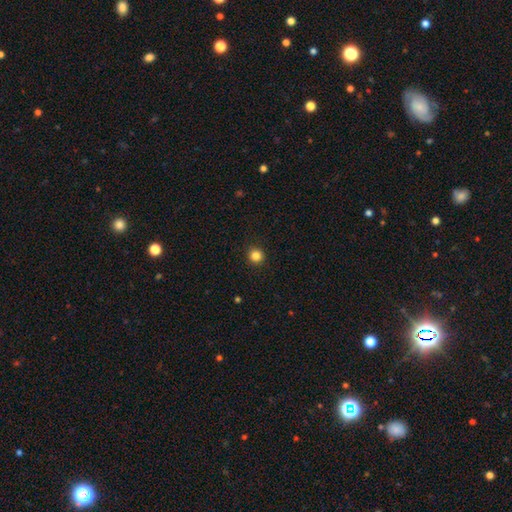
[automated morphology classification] Overall: smooth (84%). How rounded: round (95%). Merging: none (93%).